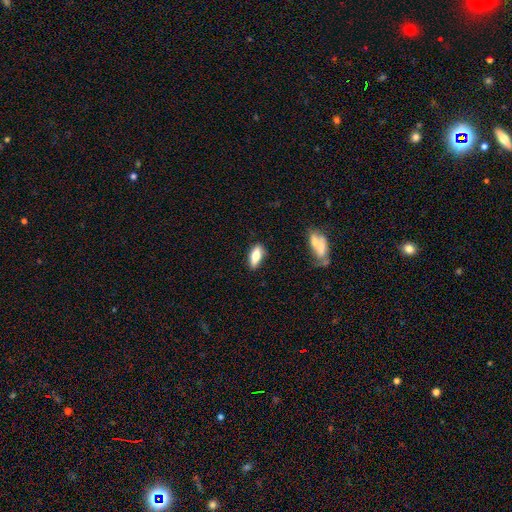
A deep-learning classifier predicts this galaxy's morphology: Overall: smooth (70%). How rounded: in between (72%). Merging: none (81%).